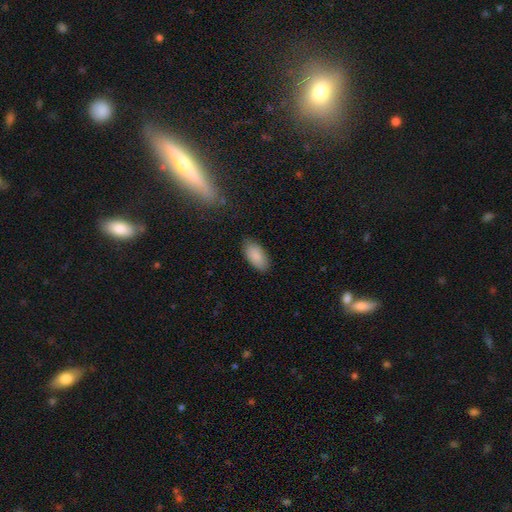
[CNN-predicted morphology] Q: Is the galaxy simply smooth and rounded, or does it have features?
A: smooth — 88%.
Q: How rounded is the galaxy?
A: in between — 94%.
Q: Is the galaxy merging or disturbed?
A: none — 84%.